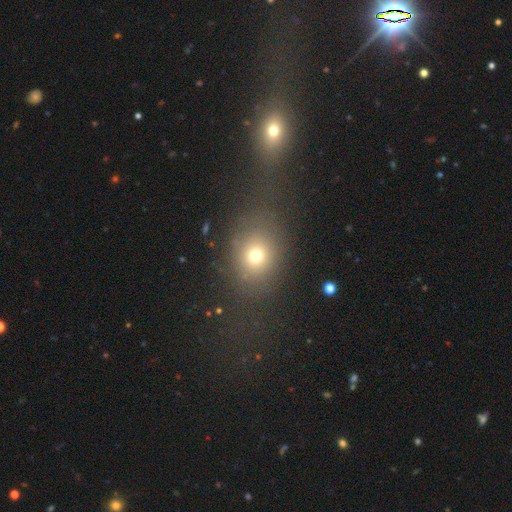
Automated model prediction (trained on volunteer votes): Q: Smooth or featured?
A: smooth (71%); runner-up: star or artifact (17%)
Q: How rounded?
A: round (55%); runner-up: in between (43%)
Q: Merging?
A: none (63%); runner-up: major disturbance (16%)